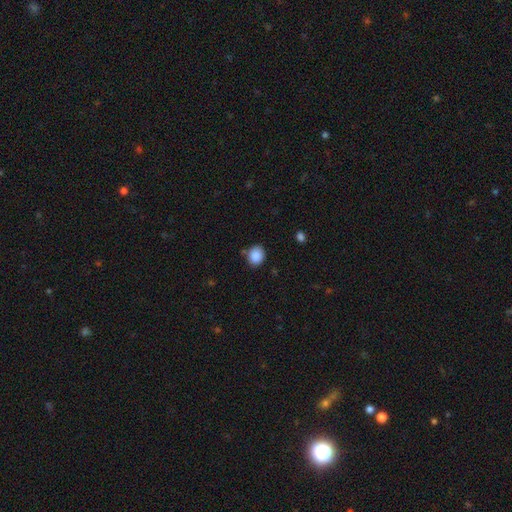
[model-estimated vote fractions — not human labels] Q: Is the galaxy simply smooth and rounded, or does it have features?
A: smooth — 88%.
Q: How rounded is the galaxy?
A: round — 66%.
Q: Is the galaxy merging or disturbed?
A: none — 79%.